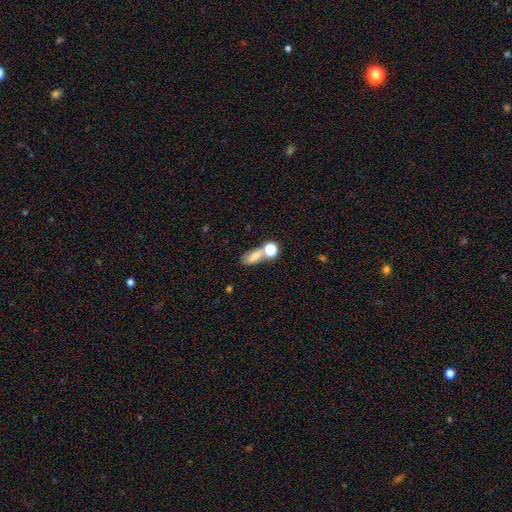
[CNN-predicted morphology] smooth-or-featured: smooth: 66% | featured or disk: 19% | star or artifact: 15%
  how-rounded: in between: 72% | round: 16% | cigar-shaped: 12%
  merging: merger: 44% | none: 34% | minor disturbance: 13% | major disturbance: 9%